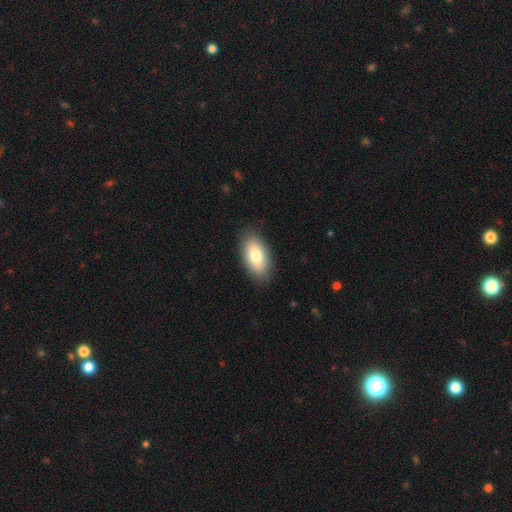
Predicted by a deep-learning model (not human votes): A smooth galaxy with no disk features (78%) that is in between round and cigar-shaped (92%).

Vote fractions:
- Smooth or featured? smooth: 78% / featured or disk: 15% / star or artifact: 7%
- How rounded? in between: 92% / round: 4% / cigar-shaped: 4%
- Merging? none: 86% / minor disturbance: 10% / major disturbance: 3% / merger: 1%